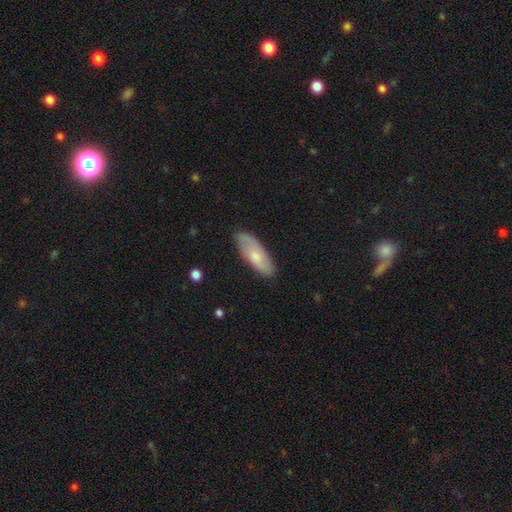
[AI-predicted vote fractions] Overall: smooth (64%; featured or disk 30%). How rounded: in between (73%). Merging: none (82%).